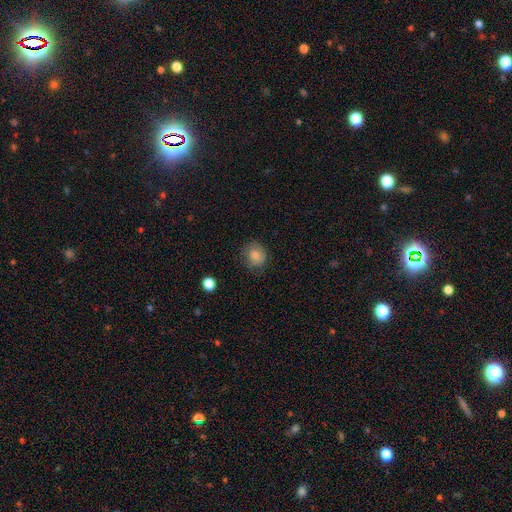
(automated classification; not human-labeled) This is clearly a smooth galaxy (82%). How rounded: likely round (72%). Merging: likely none (69%).